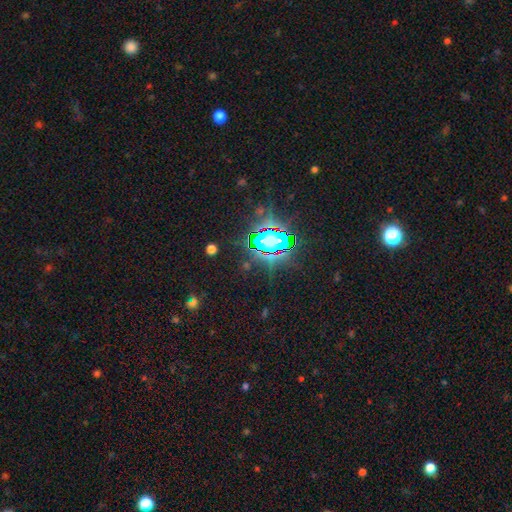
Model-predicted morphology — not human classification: This is clearly a star or artifact rather than a galaxy (84%).